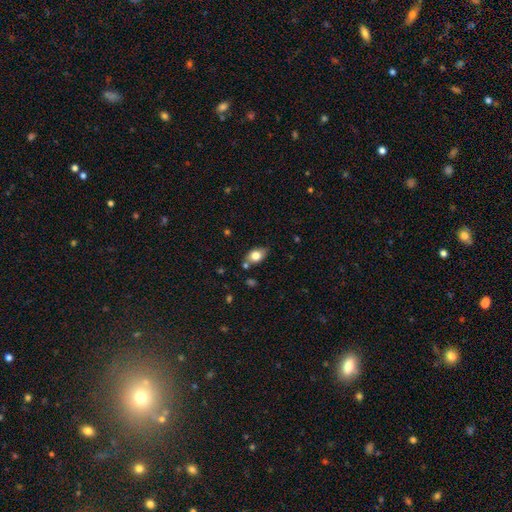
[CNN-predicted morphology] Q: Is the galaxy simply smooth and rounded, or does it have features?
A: smooth — 75%.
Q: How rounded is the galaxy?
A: in between — 82%.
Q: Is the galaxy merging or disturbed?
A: none — 73%.